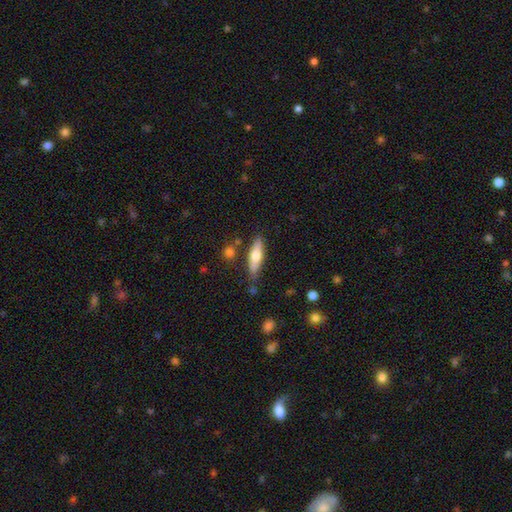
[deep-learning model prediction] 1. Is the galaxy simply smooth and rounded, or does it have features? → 57% smooth, 37% featured or disk, 6% star or artifact.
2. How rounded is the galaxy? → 63% cigar-shaped, 34% in between, 2% round.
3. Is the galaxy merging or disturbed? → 77% none, 15% minor disturbance, 5% merger, 3% major disturbance.